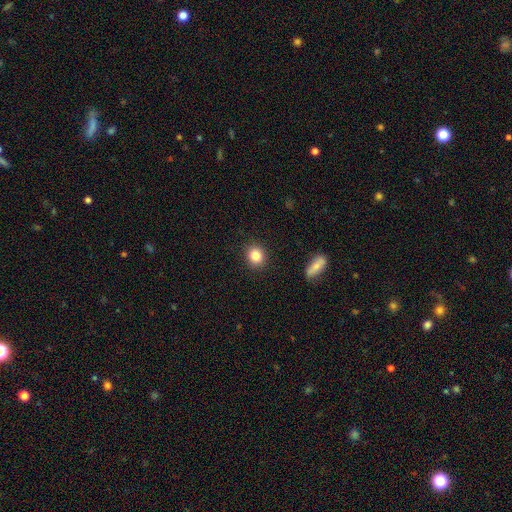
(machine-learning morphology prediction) Smooth or featured? Predicted: smooth (p=0.84). How rounded? Predicted: round (p=0.79). Merging? Predicted: none (p=0.90).